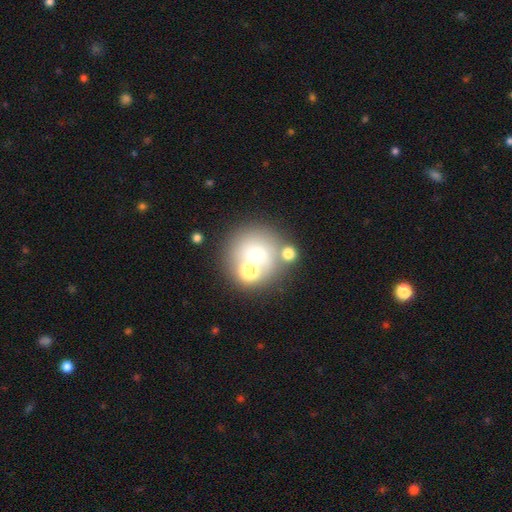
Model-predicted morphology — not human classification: This appears to be a smooth galaxy with no disk features (58%) that is round (90%). Merging: none (56%).